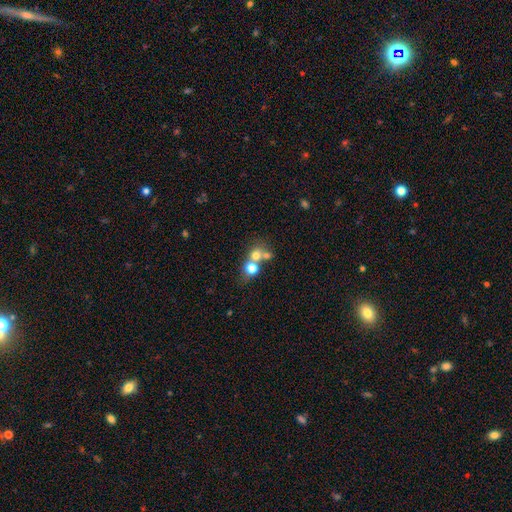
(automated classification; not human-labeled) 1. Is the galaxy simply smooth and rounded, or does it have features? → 65% smooth, 20% featured or disk, 15% star or artifact.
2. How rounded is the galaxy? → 77% round, 22% in between, 1% cigar-shaped.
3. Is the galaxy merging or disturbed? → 57% merger, 33% none, 6% minor disturbance, 5% major disturbance.